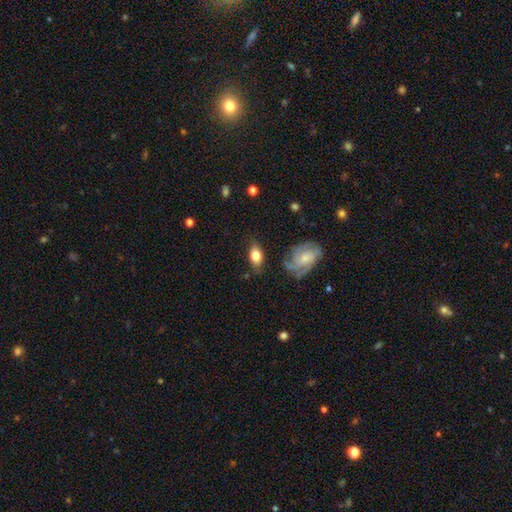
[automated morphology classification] The model was most divided on "smooth or featured": smooth: 75%, featured or disk: 19%, star or artifact: 7%. More confident: how rounded — in between (87%); merging — none (75%).